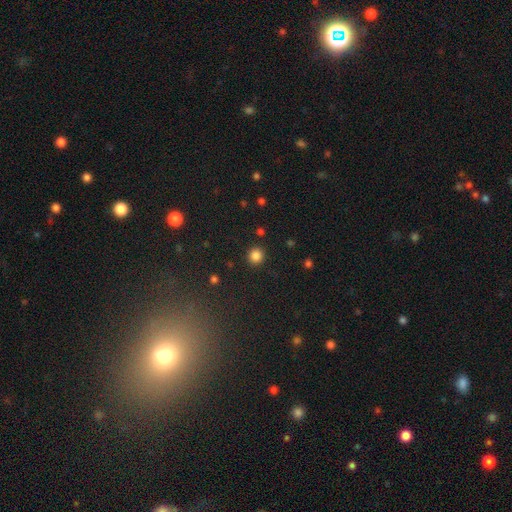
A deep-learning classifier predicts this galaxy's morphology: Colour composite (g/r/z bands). It shows a smooth galaxy with no disk features (85%) that is round (92%). Merging: none (91%).